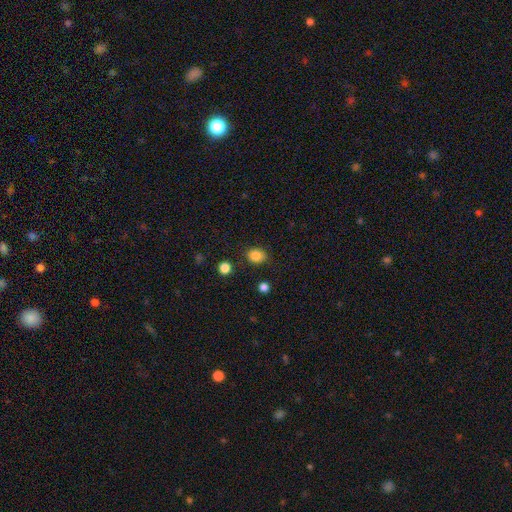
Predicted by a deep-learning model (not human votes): The model was most divided on "how rounded": round: 66%, in between: 33%, cigar-shaped: 1%. More confident: smooth or featured — smooth (84%); merging — none (81%).